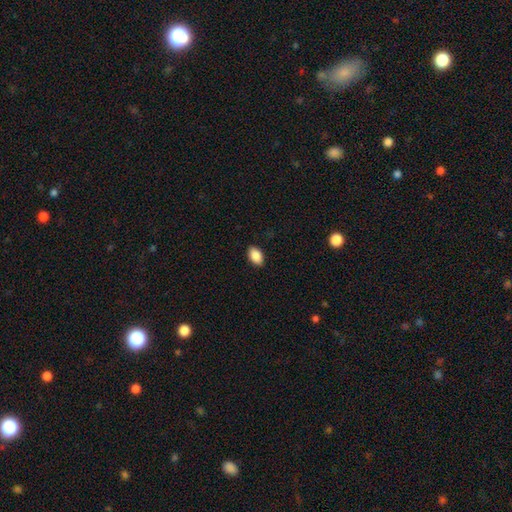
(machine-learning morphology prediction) This is clearly a smooth galaxy (88%). How rounded: clearly in between (92%). Merging: clearly none (89%).